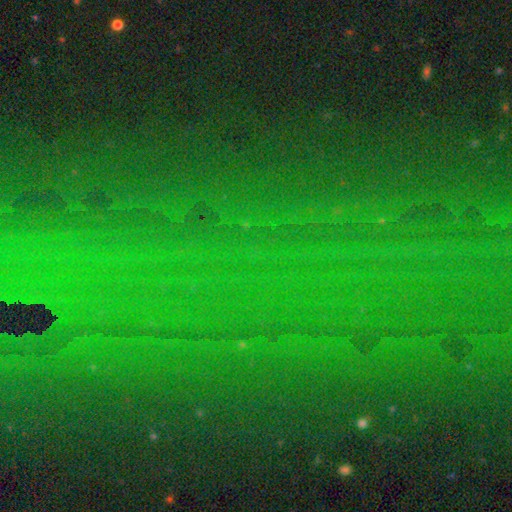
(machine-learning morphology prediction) Smooth or featured? star or artifact (79%)